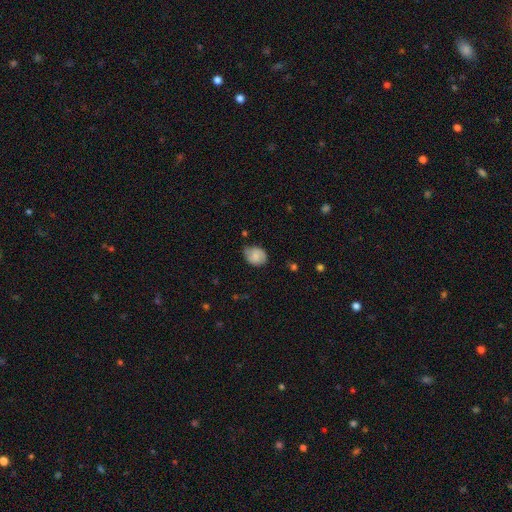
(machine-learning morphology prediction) This is possibly a smooth galaxy (57%). How rounded: likely in between (61%). Merging: likely none (66%).